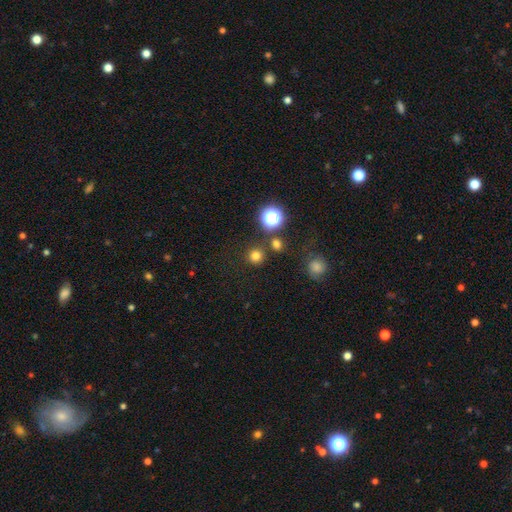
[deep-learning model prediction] smooth_or_featured: smooth (p=0.74) [alt: star or artifact p=0.21]
how_rounded: round (p=0.94) [alt: in between p=0.05]
merging: none (p=0.84) [alt: minor disturbance p=0.06]